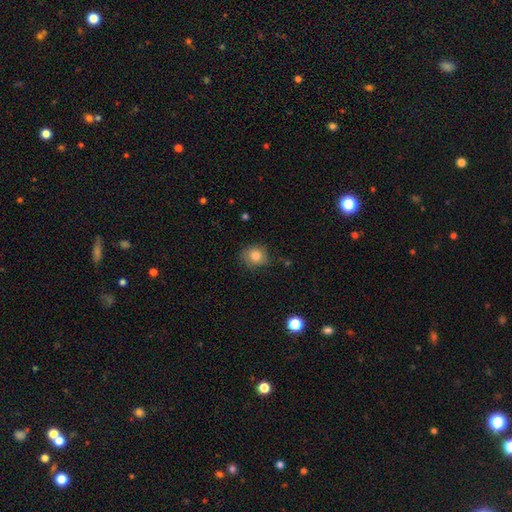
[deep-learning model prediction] Smooth or featured? Predicted: smooth (p=0.79). How rounded? Predicted: round (p=0.80). Merging? Predicted: none (p=0.74).